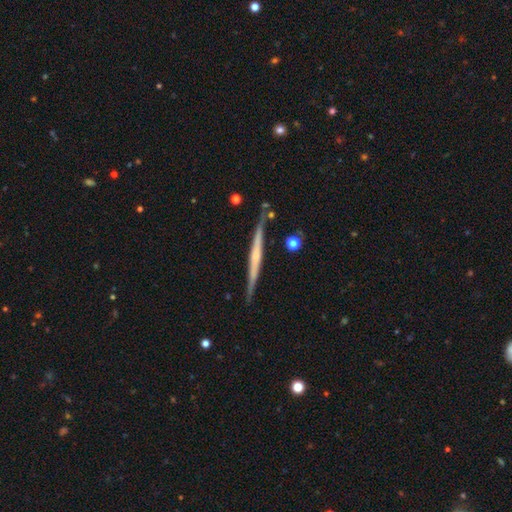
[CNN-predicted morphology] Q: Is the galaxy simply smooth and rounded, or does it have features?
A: featured or disk — 66%.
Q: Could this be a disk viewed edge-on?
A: yes — 98%.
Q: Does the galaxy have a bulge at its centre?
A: none — 60%.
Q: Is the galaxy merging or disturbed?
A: none — 86%.